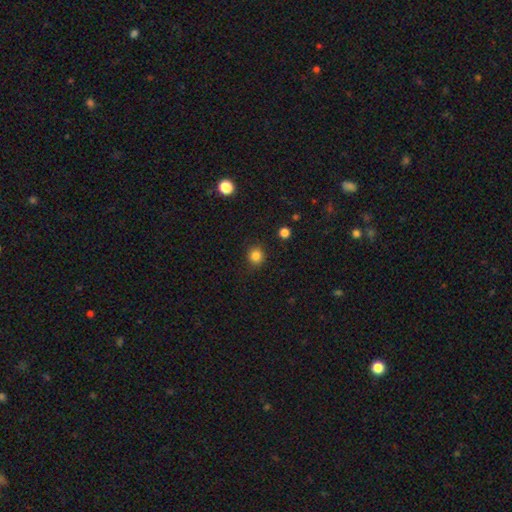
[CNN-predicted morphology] This is clearly a smooth galaxy (83%). How rounded: clearly round (90%). Merging: clearly none (89%).